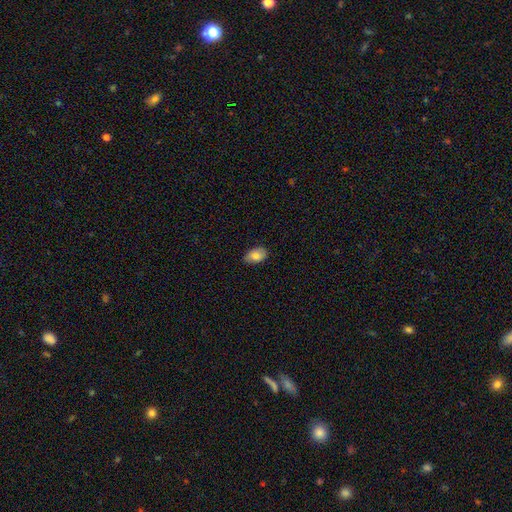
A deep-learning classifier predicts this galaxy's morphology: The model was most divided on "merging": none: 80%, minor disturbance: 16%, major disturbance: 2%, merger: 1%. More confident: how rounded — in between (91%); smooth or featured — smooth (80%).